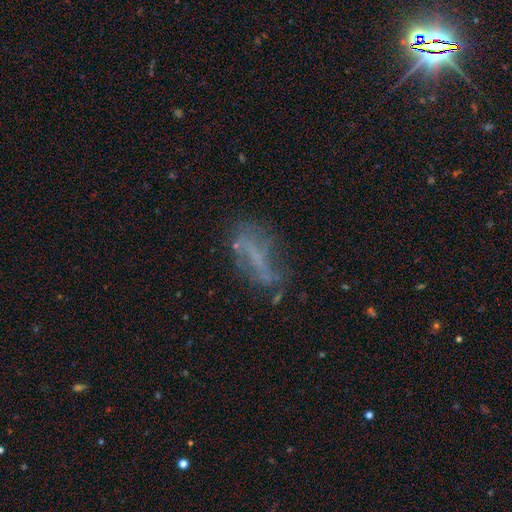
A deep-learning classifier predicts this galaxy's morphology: A featured or disk galaxy (48%). Merging: none (51%).